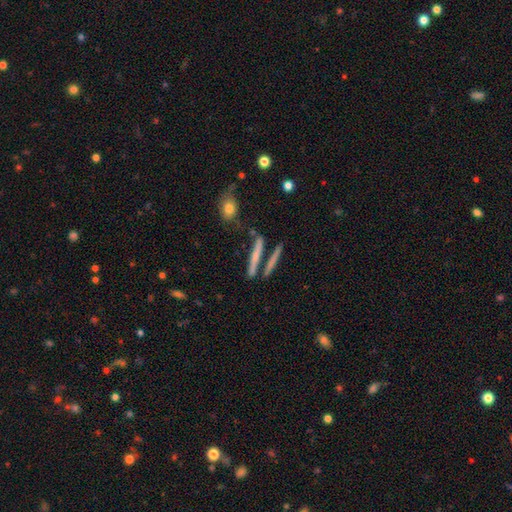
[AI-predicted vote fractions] smooth-or-featured: smooth: 48% | featured or disk: 43% | star or artifact: 9%
  merging: none: 72% | merger: 14% | minor disturbance: 10% | major disturbance: 4%